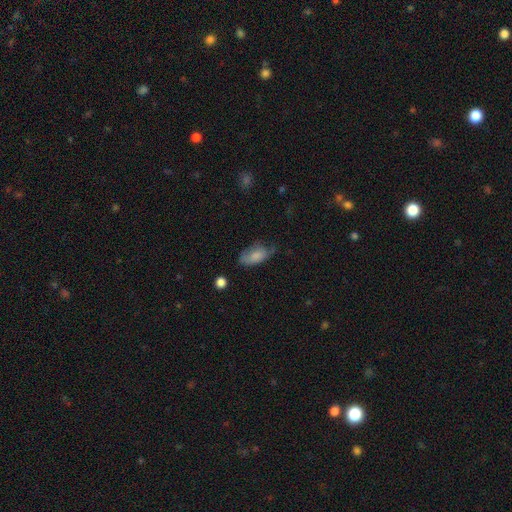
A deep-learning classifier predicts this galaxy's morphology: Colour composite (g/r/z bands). It shows a smooth galaxy with no disk features (77%) that is in between round and cigar-shaped (92%). Merging: none (47%).